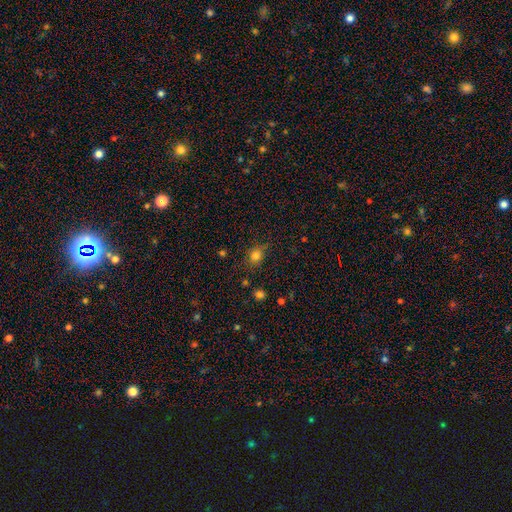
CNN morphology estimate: smooth_or_featured: smooth (p=0.79) [alt: star or artifact p=0.15]
how_rounded: round (p=0.65) [alt: in between p=0.33]
merging: none (p=0.74) [alt: minor disturbance p=0.19]